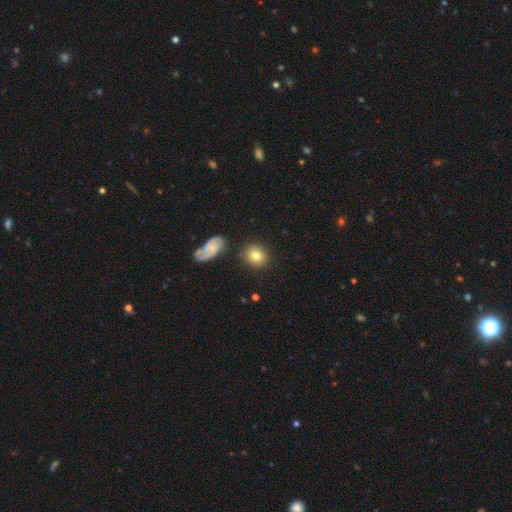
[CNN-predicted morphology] type=smooth (75%); roundness=round (77%); merging=none (81%).